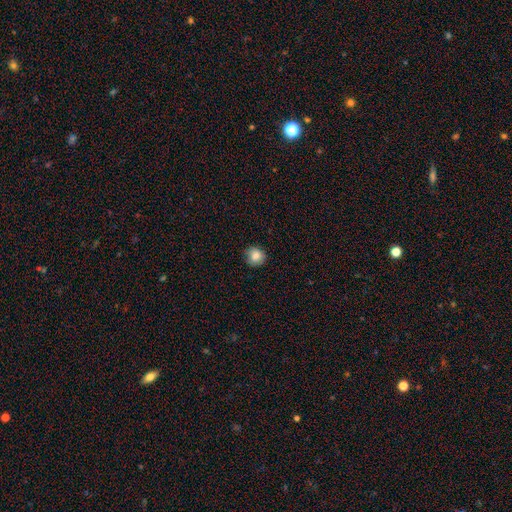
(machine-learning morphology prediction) This appears to be a smooth galaxy with no disk features (85%) that is round (87%). Merging: none (84%).